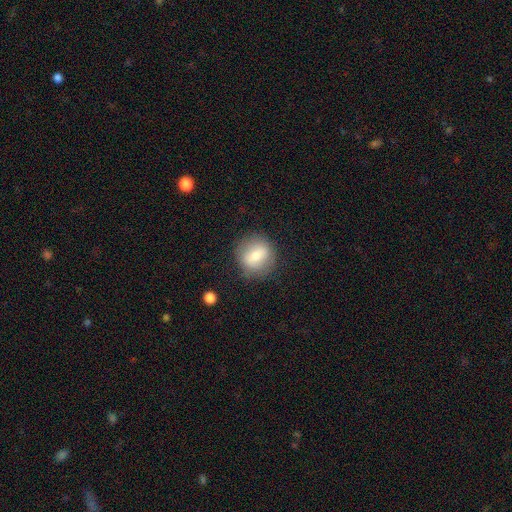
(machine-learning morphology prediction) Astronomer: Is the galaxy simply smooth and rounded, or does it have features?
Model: smooth — 68%.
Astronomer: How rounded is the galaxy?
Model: round — 85%.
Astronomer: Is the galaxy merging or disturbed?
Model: none — 81%.